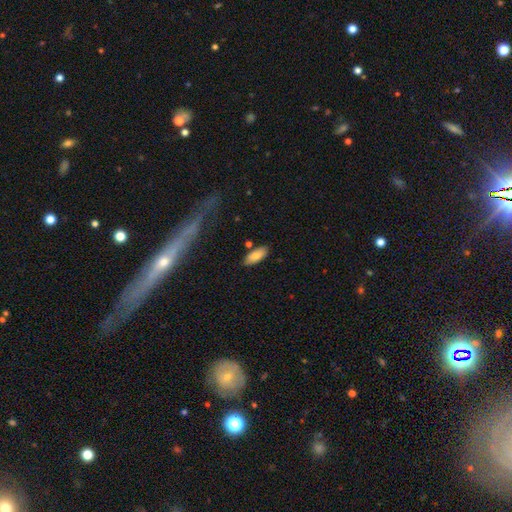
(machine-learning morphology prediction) smooth 79%, featured or disk 14%, star or artifact 7%. Down the decision tree: how rounded — in between (84%); merging — none (81%).